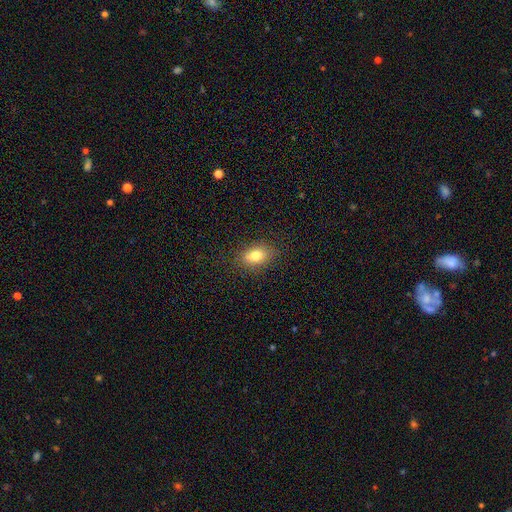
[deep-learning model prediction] Smooth or featured? Predicted: smooth (p=0.76). How rounded? Predicted: in between (p=0.76). Merging? Predicted: none (p=0.81).